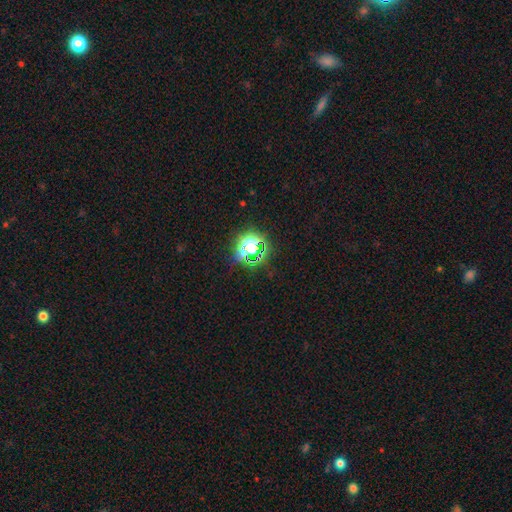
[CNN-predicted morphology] Overall: star or artifact (69%).